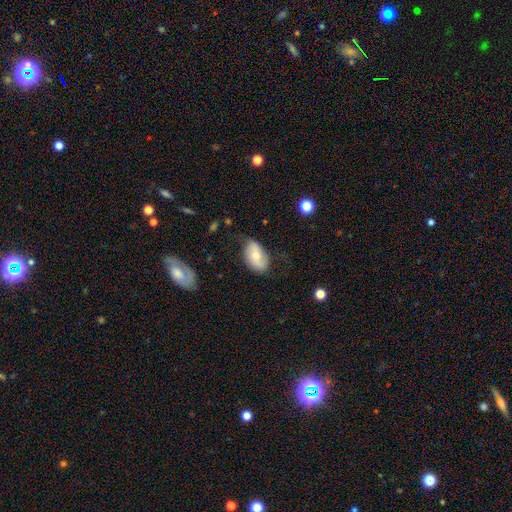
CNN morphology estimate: A smooth galaxy with no disk features (53%) that is in between round and cigar-shaped (91%).

Vote fractions:
- Smooth or featured? smooth: 53% / featured or disk: 40% / star or artifact: 7%
- How rounded? in between: 91% / round: 7% / cigar-shaped: 2%
- Merging? none: 63% / minor disturbance: 28% / major disturbance: 7% / merger: 2%